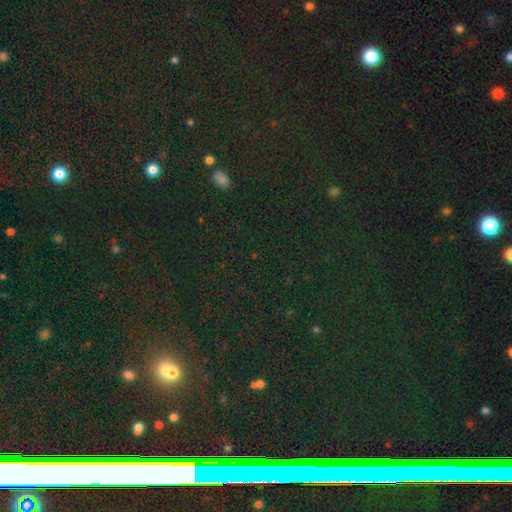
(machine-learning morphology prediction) Smooth or featured: star or artifact — 73% (smooth — 19%)